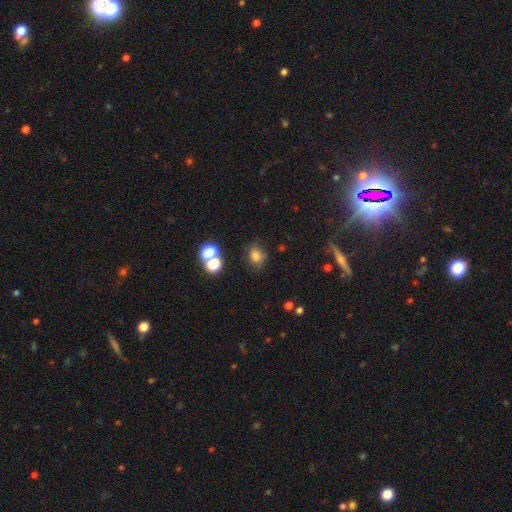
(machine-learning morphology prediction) Smooth or featured? smooth (78%)
How rounded? round (58%)
Merging? none (73%)